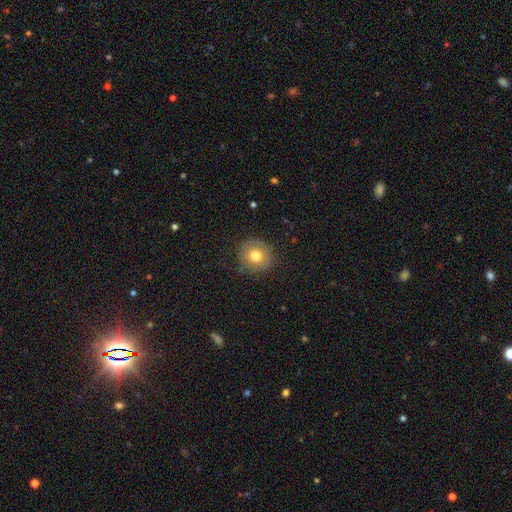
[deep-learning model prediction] Overall: smooth (71%). How rounded: round (92%). Merging: none (85%).